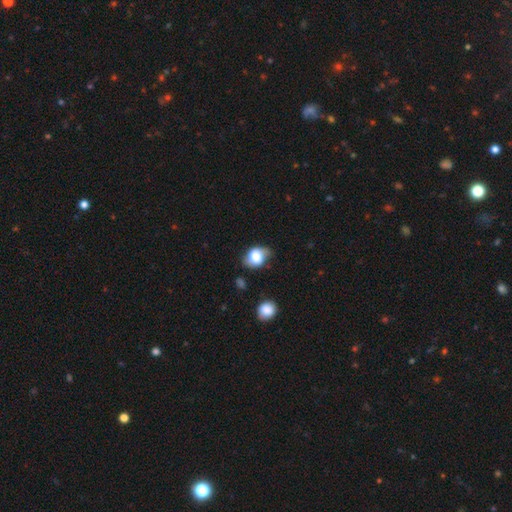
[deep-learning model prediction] smooth 73%, featured or disk 18%, star or artifact 8%. Down the decision tree: how rounded — in between (61%); merging — none (59%).